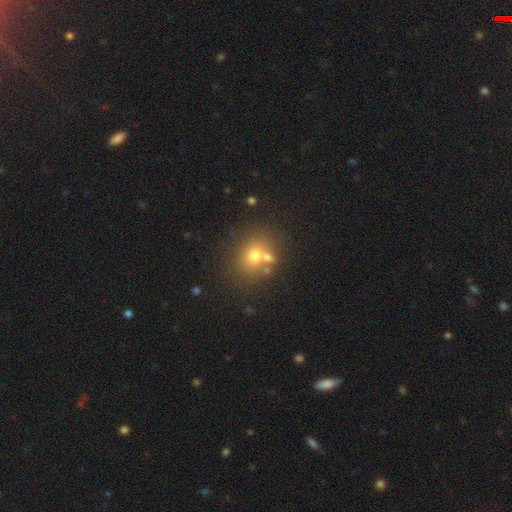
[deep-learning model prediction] Smooth or featured?
  - smooth: 66% *
  - star or artifact: 19%
  - featured or disk: 16%
How rounded?
  - round: 69% *
  - in between: 30%
  - cigar-shaped: 1%
Merging?
  - none: 61% *
  - merger: 24%
  - minor disturbance: 11%
  - major disturbance: 5%